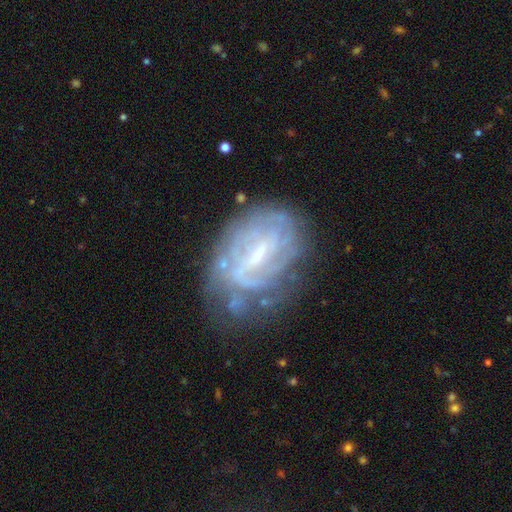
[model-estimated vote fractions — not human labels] The model was most divided on "bar": weak: 47%, strong: 37%, no: 16%. More confident: edge-on disk — no (96%); smooth or featured — featured or disk (79%); spiral arms — yes (77%); bulge size — small (62%); spiral winding — tight (61%); merging — none (56%); spiral arm count — can't tell (53%).